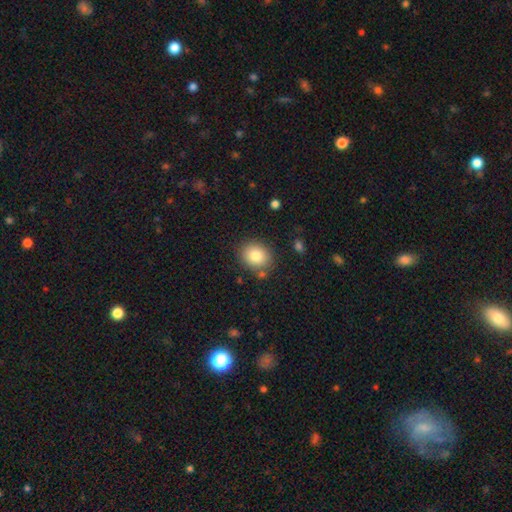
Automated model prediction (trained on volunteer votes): Q: Smooth or featured?
A: smooth (81%); runner-up: featured or disk (9%)
Q: How rounded?
A: round (63%); runner-up: in between (36%)
Q: Merging?
A: none (82%); runner-up: minor disturbance (11%)